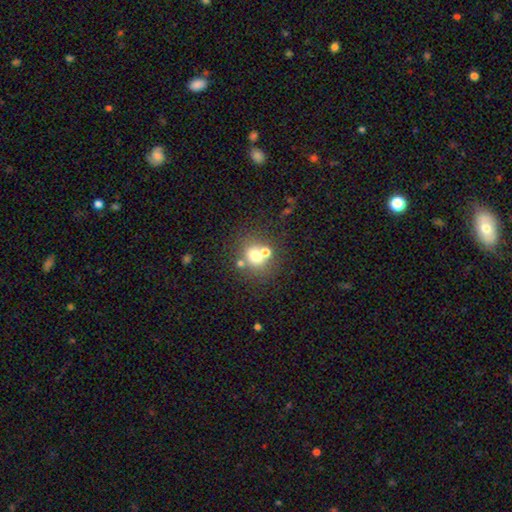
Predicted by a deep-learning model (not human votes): Smooth or featured? Predicted: smooth (p=0.66). How rounded? Predicted: round (p=0.72). Merging? Predicted: none (p=0.54).